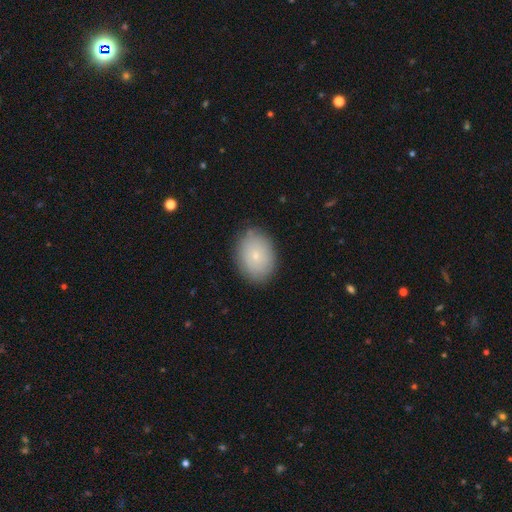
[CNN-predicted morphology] A smooth galaxy with no disk features (72%) that is in between round and cigar-shaped (73%).

Vote fractions:
- Smooth or featured? smooth: 72% / featured or disk: 20% / star or artifact: 8%
- How rounded? in between: 73% / round: 26% / cigar-shaped: 1%
- Merging? none: 84% / minor disturbance: 12% / major disturbance: 3% / merger: 1%